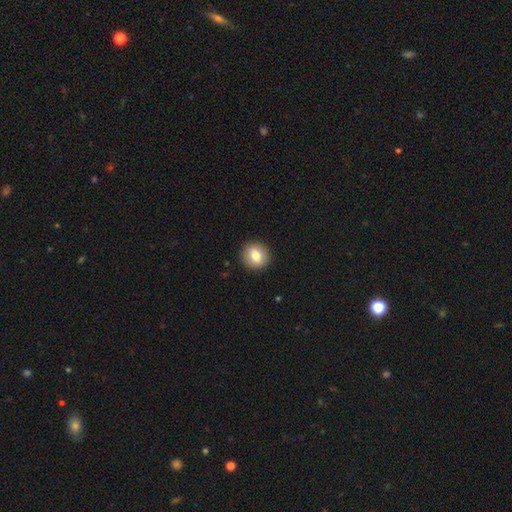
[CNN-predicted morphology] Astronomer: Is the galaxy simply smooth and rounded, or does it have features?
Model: smooth — 75%.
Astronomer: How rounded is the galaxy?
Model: round — 86%.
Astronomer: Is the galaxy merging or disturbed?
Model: none — 91%.